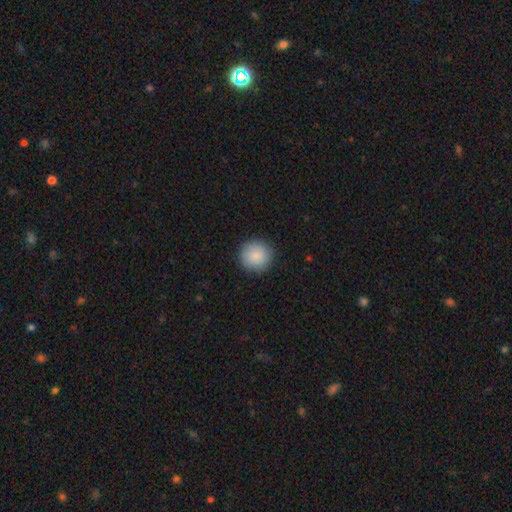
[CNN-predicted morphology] smooth 87%, star or artifact 7%, featured or disk 6%. Down the decision tree: how rounded — round (94%); merging — none (90%).